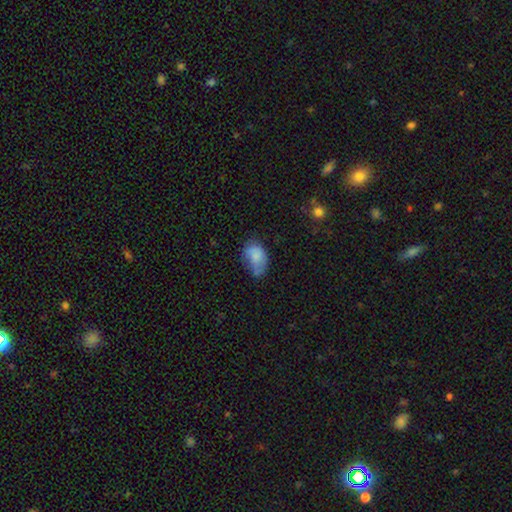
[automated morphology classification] smooth 75%, featured or disk 16%, star or artifact 9%. Down the decision tree: how rounded — in between (84%); merging — minor disturbance (37%).